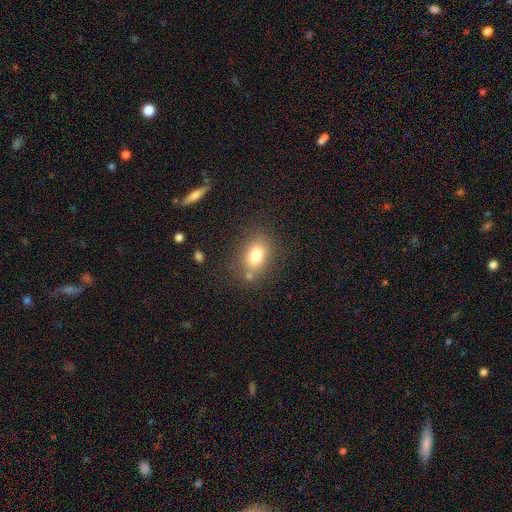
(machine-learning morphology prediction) Smooth or featured: smooth — 78% (featured or disk — 12%)
How rounded: in between — 78% (round — 20%)
Merging: none — 75% (minor disturbance — 13%)